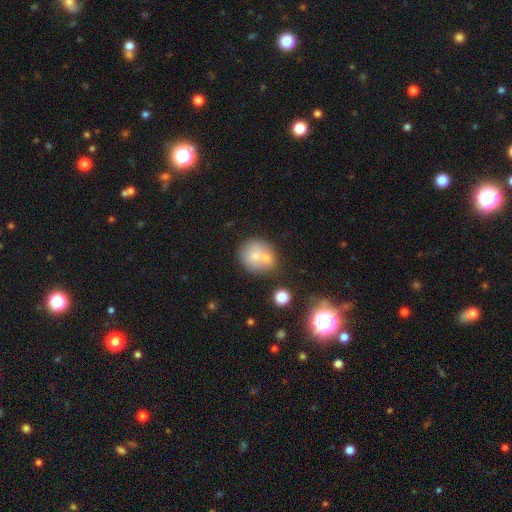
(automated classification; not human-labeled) The model was most divided on "merging": none: 44%, merger: 39%, minor disturbance: 12%, major disturbance: 4%. More confident: how rounded — round (85%); smooth or featured — smooth (69%).